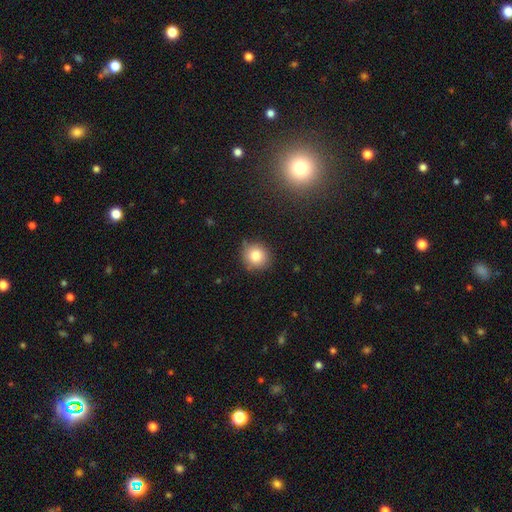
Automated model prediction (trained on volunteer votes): The model was most divided on "smooth or featured": smooth: 80%, star or artifact: 11%, featured or disk: 8%. More confident: how rounded — round (89%); merging — none (84%).